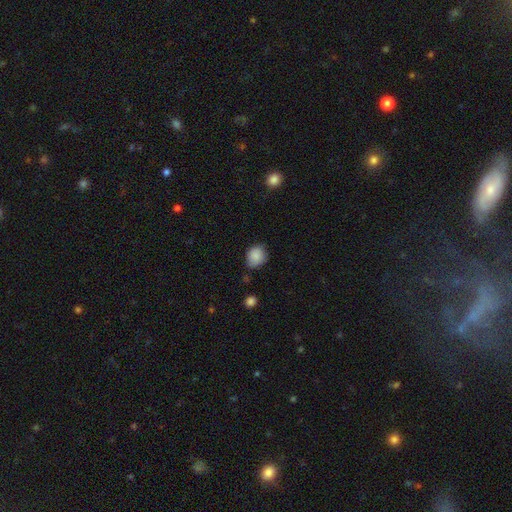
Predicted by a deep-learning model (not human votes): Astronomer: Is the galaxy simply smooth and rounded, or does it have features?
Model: smooth — 86%.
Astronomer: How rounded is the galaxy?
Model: round — 54% (runner-up: in between, 45%).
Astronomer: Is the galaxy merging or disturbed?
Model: none — 67%.